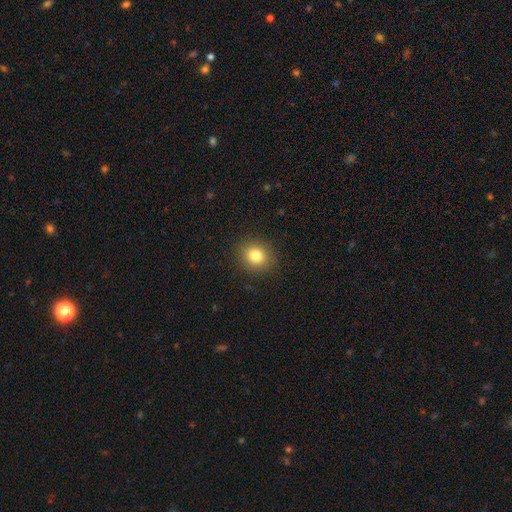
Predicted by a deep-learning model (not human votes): Smooth or featured?
  - smooth: 81% *
  - star or artifact: 12%
  - featured or disk: 7%
How rounded?
  - round: 77% *
  - in between: 22%
  - cigar-shaped: 1%
Merging?
  - none: 90% *
  - minor disturbance: 7%
  - major disturbance: 2%
  - merger: 1%